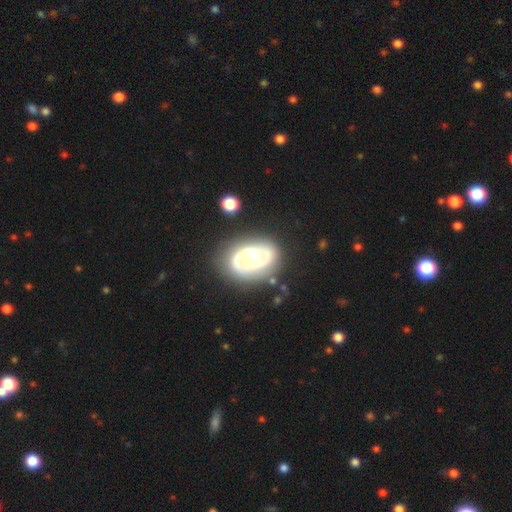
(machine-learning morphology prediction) smooth-or-featured: featured or disk: 88% | smooth: 8% | star or artifact: 4%
  disk-edge-on: no: 98% | yes: 2%
    bar: no: 44% | weak: 37% | strong: 19%
    has-spiral-arms: yes: 95% | no: 5%
      spiral-winding: medium: 47% | tight: 41% | loose: 11%
      spiral-arm-count: 2: 91% | can't tell: 3% | 1: 2% | 3: 1% | 4: 1% | more than 4: 1%
    bulge-size: moderate: 44% | large: 37% | small: 10% | dominant: 4% | none: 4%
  merging: none: 79% | minor disturbance: 13% | major disturbance: 5% | merger: 2%